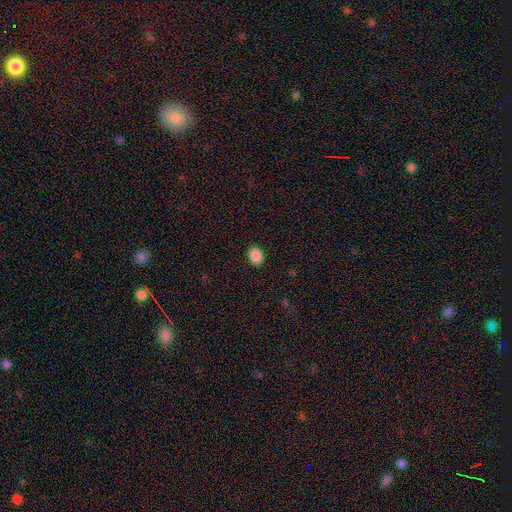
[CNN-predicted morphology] smooth_or_featured: smooth (p=0.89) [alt: star or artifact p=0.08]
how_rounded: in between (p=0.74) [alt: round p=0.25]
merging: none (p=0.90) [alt: minor disturbance p=0.07]